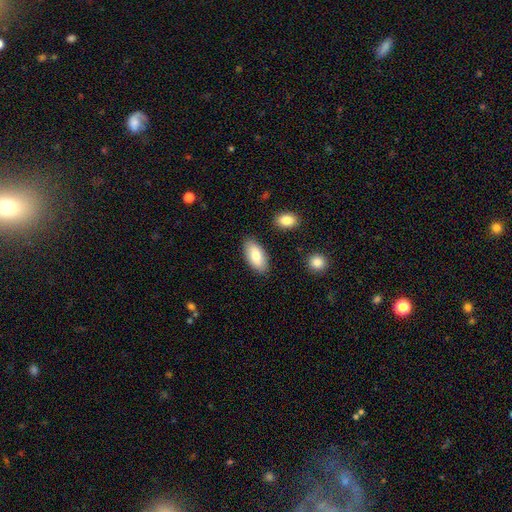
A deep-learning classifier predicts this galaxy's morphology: A smooth galaxy with no disk features (80%) that is in between round and cigar-shaped (92%). Merging: none (85%).